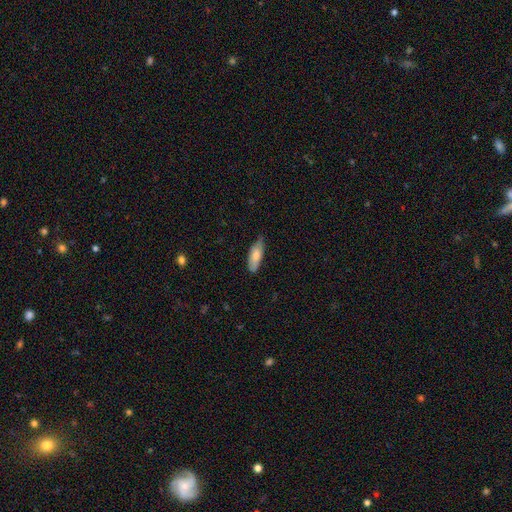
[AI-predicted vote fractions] Morphology: type=smooth (75%); roundness=in between (68%); merging=none (65%).